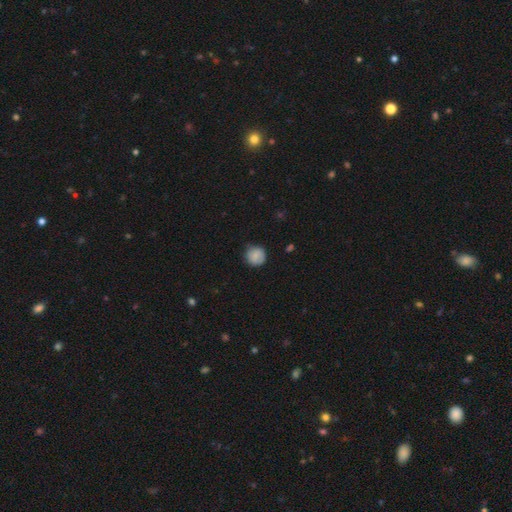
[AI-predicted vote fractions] A smooth galaxy with no disk features (80%) that is round (91%).

Vote fractions:
- Smooth or featured? smooth: 80% / featured or disk: 12% / star or artifact: 8%
- How rounded? round: 91% / in between: 8% / cigar-shaped: 1%
- Merging? none: 76% / minor disturbance: 19% / major disturbance: 4% / merger: 1%